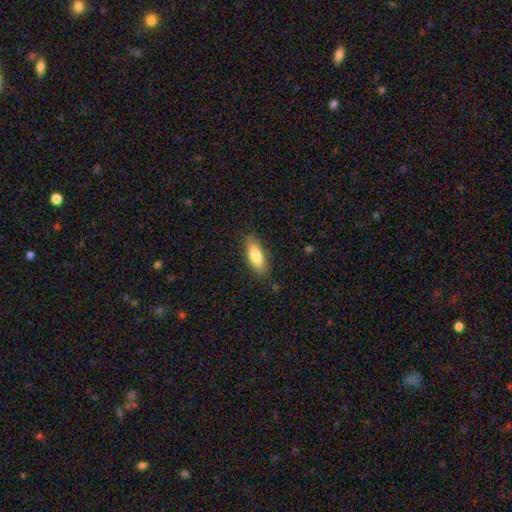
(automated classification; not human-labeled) A smooth galaxy with no disk features (76%) that is in between round and cigar-shaped (67%).

Vote fractions:
- Smooth or featured? smooth: 76% / featured or disk: 18% / star or artifact: 6%
- How rounded? in between: 67% / cigar-shaped: 31% / round: 2%
- Merging? none: 86% / minor disturbance: 11% / major disturbance: 2% / merger: 1%